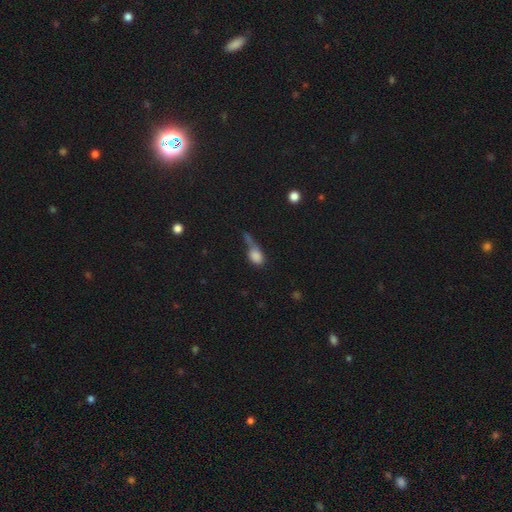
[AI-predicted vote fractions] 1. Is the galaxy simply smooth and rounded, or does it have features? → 79% smooth, 11% star or artifact, 10% featured or disk.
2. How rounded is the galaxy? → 71% in between, 24% round, 5% cigar-shaped.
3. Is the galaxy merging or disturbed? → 30% merger, 26% none, 23% major disturbance, 21% minor disturbance.